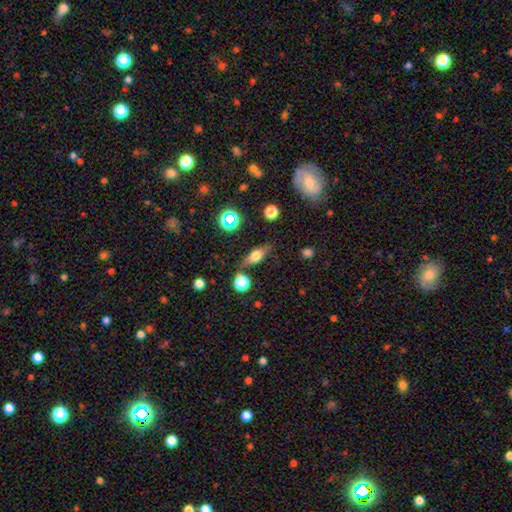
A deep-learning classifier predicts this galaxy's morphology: A smooth galaxy with no disk features (56%) that is in between round and cigar-shaped (60%). Merging: none (74%).